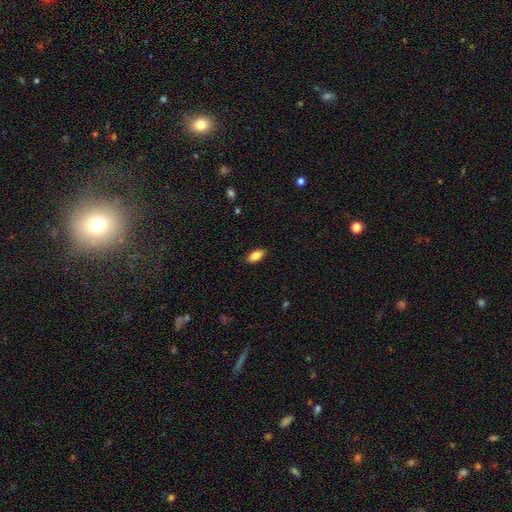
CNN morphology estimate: smooth_or_featured: smooth (p=0.83) [alt: featured or disk p=0.10]
how_rounded: in between (p=0.88) [alt: cigar-shaped p=0.09]
merging: none (p=0.87) [alt: minor disturbance p=0.10]